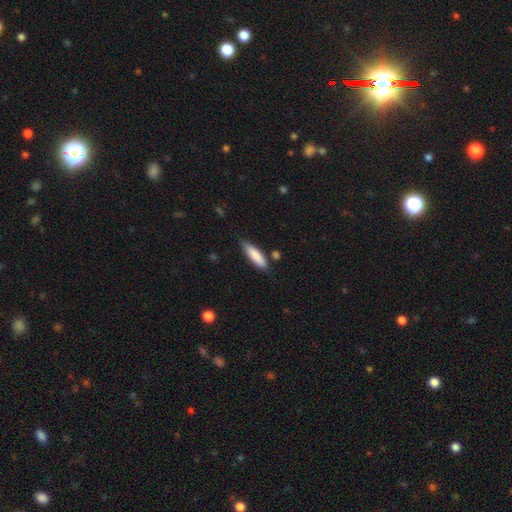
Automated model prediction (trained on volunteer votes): smooth_or_featured: smooth (p=0.84) [alt: featured or disk p=0.10]
how_rounded: cigar-shaped (p=0.60) [alt: in between p=0.39]
merging: none (p=0.71) [alt: minor disturbance p=0.21]